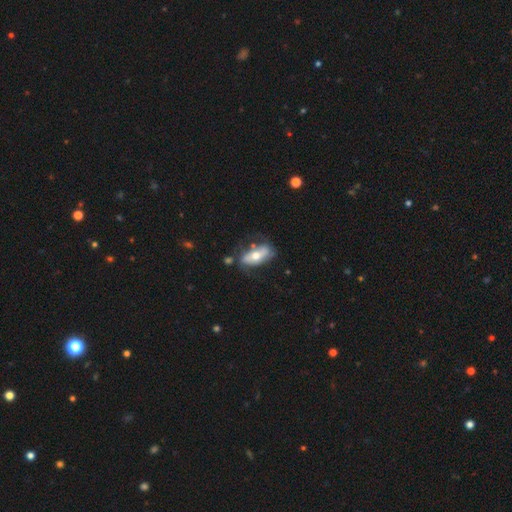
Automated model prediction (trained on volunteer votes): Smooth or featured? featured or disk (48%)
Merging? none (60%)